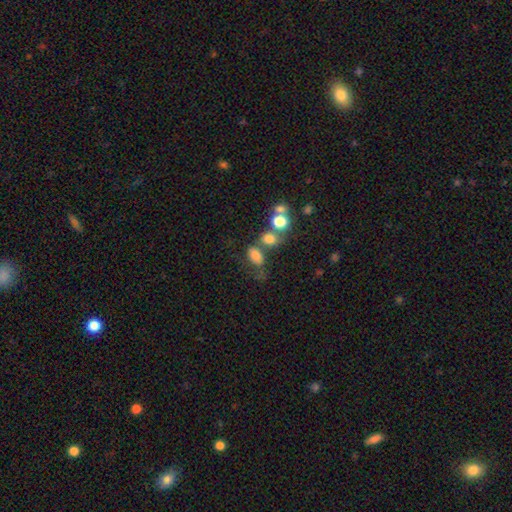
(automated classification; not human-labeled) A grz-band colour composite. It shows a smooth galaxy with no disk features (77%) that is in between round and cigar-shaped (82%). Merging: none (40%).